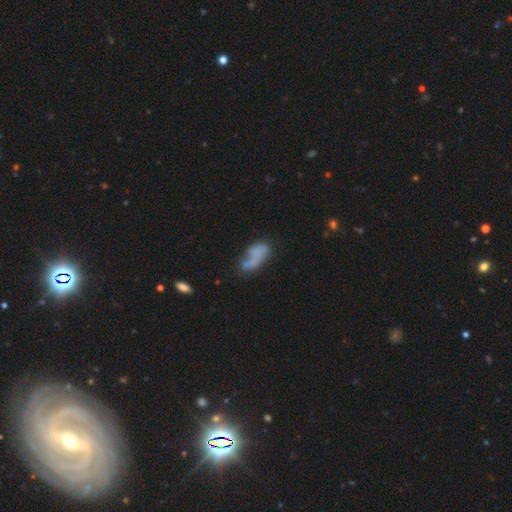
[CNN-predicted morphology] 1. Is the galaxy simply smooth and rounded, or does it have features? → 58% smooth, 32% featured or disk, 10% star or artifact.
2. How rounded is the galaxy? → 83% in between, 12% cigar-shaped, 4% round.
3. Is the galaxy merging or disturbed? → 33% none, 25% merger, 22% minor disturbance, 19% major disturbance.